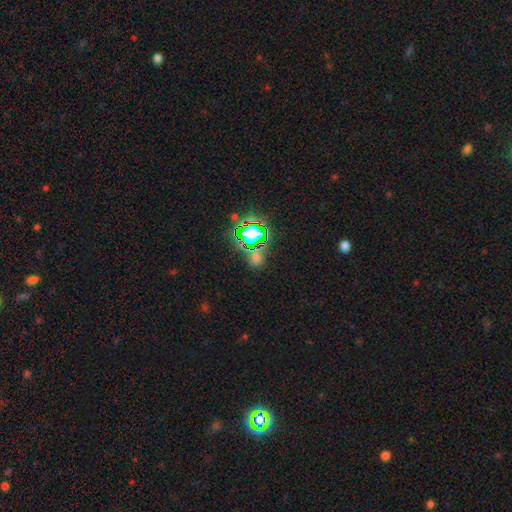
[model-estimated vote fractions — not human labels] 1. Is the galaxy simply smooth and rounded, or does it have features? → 67% star or artifact, 25% smooth, 7% featured or disk.